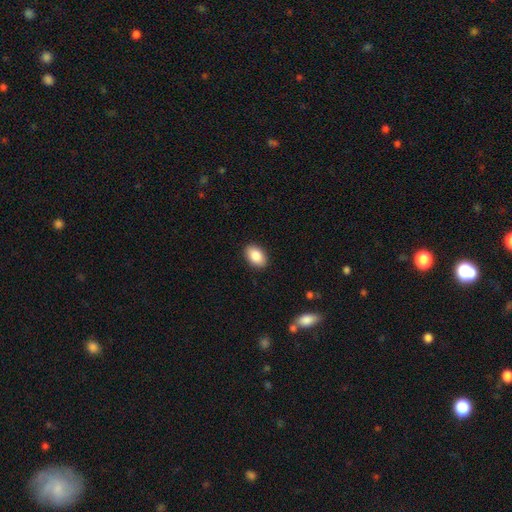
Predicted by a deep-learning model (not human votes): The model was most divided on "how rounded": in between: 89%, round: 9%, cigar-shaped: 1%. More confident: merging — none (90%); smooth or featured — smooth (88%).